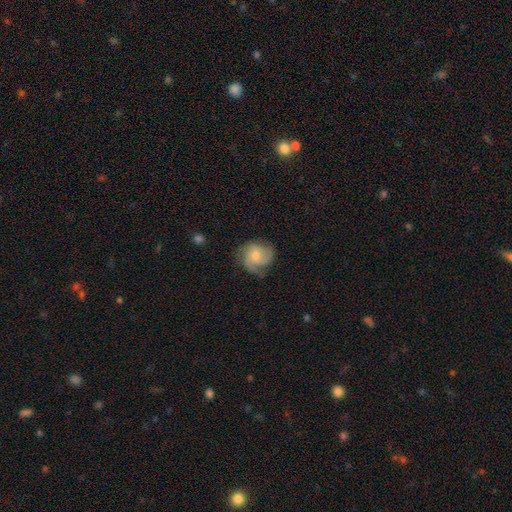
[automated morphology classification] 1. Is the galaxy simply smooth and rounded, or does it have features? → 69% featured or disk, 24% smooth, 7% star or artifact.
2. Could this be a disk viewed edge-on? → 98% no, 2% yes.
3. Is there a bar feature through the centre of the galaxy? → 70% no, 27% weak, 3% strong.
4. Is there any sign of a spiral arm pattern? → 94% yes, 6% no.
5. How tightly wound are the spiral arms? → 47% medium, 34% tight, 18% loose.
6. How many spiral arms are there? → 56% 3, 15% 2, 12% can't tell, 9% 4, 4% 1, 4% more than 4.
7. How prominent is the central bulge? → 53% small, 40% moderate, 4% none, 2% large, 1% dominant.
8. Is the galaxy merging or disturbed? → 69% none, 21% minor disturbance, 9% major disturbance, 1% merger.